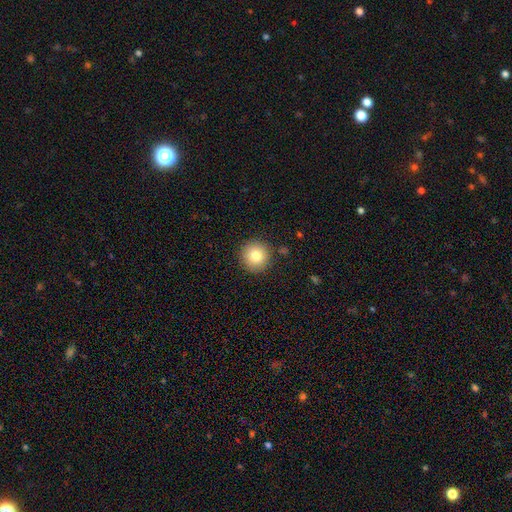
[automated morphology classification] smooth-or-featured: smooth: 81% | star or artifact: 10% | featured or disk: 9%
  how-rounded: round: 95% | in between: 4% | cigar-shaped: 1%
  merging: none: 89% | minor disturbance: 7% | major disturbance: 2% | merger: 2%